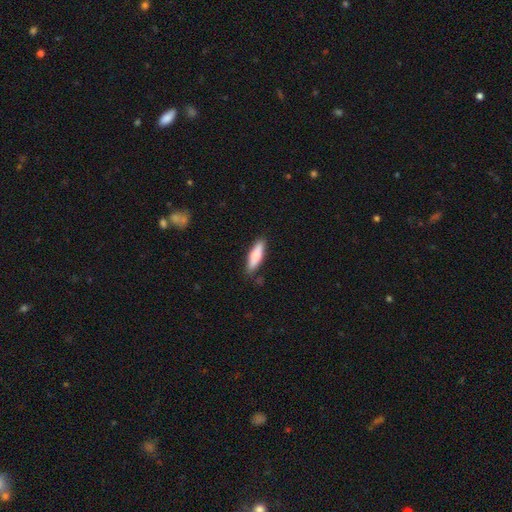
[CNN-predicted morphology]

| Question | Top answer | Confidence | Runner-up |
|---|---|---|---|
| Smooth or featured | smooth | 59% | featured or disk (35%) |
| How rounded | cigar-shaped | 60% | in between (38%) |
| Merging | none | 86% | minor disturbance (10%) |